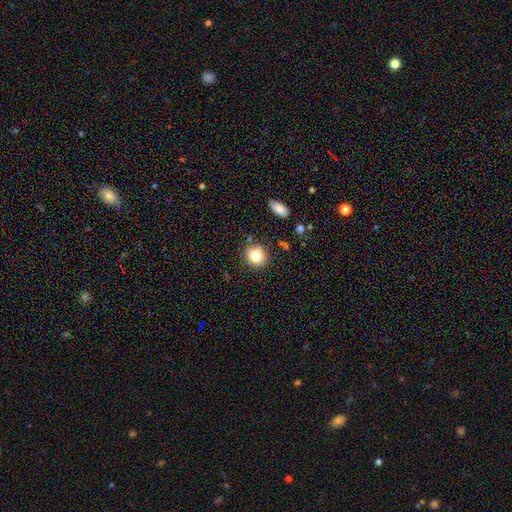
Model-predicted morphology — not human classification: smooth-or-featured: smooth: 80% | star or artifact: 11% | featured or disk: 9%
  how-rounded: round: 82% | in between: 17% | cigar-shaped: 1%
  merging: none: 84% | minor disturbance: 10% | merger: 3% | major disturbance: 3%